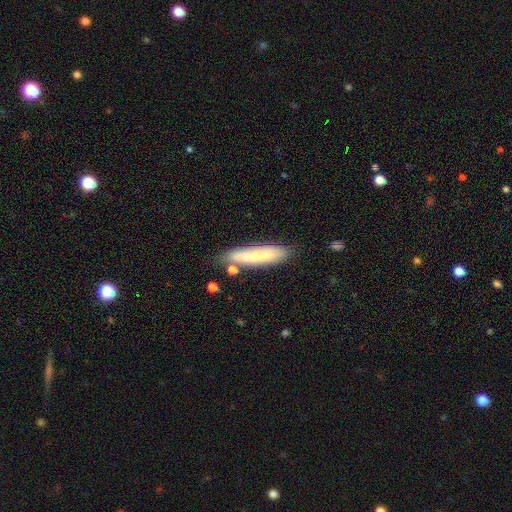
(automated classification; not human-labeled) This appears to be a smooth galaxy with no disk features (63%) that is cigar-shaped (81%). Merging: none (72%).